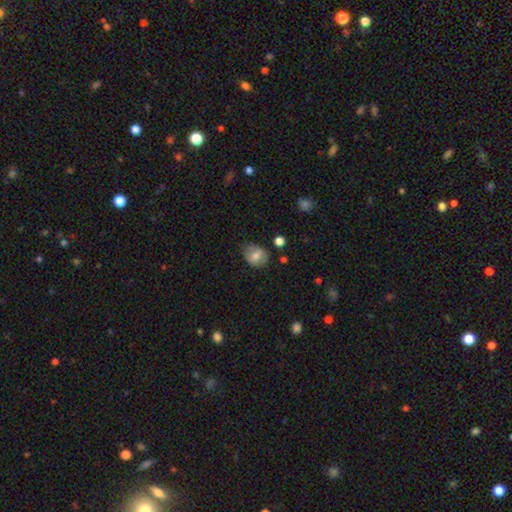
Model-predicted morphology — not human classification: Overall: smooth (69%). How rounded: round (51%; in between 48%). Merging: none (72%).